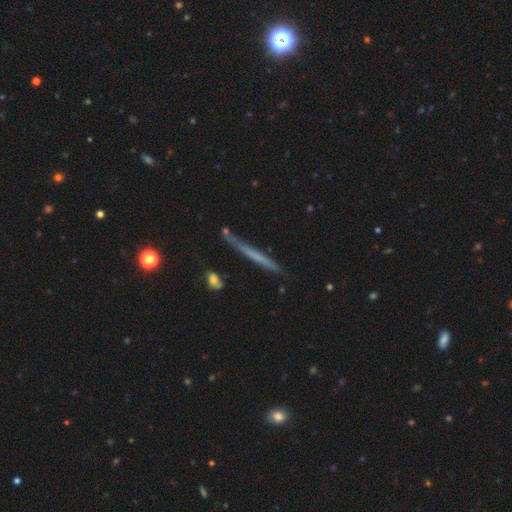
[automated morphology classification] type=smooth (47%); merging=none (80%).